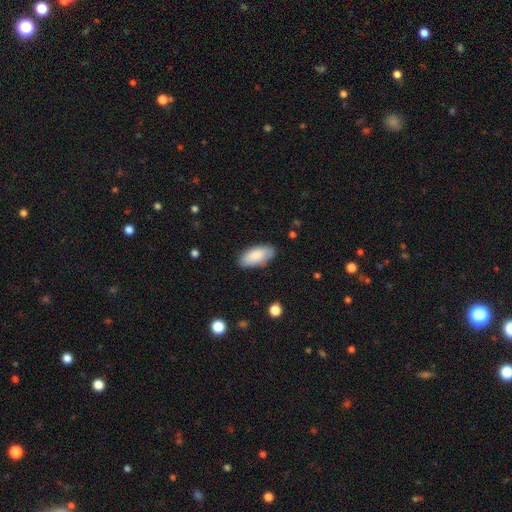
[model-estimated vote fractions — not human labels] smooth 87%, featured or disk 7%, star or artifact 6%. Down the decision tree: how rounded — in between (90%); merging — none (84%).